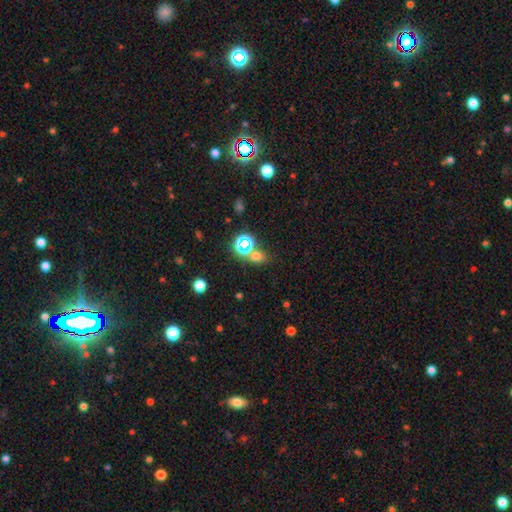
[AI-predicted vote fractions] Q: Smooth or featured?
A: smooth (54%); runner-up: star or artifact (37%)
Q: How rounded?
A: round (59%); runner-up: in between (39%)
Q: Merging?
A: none (65%); runner-up: merger (21%)